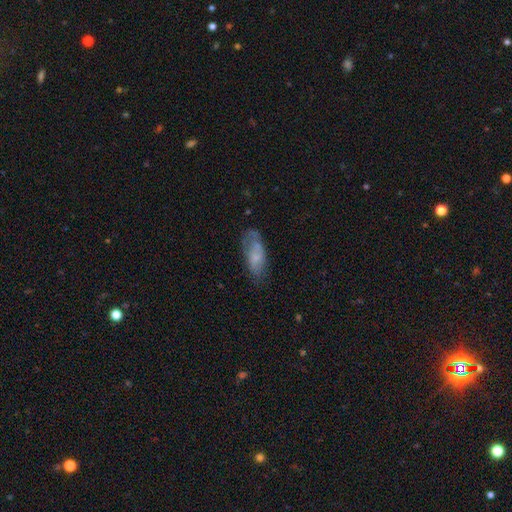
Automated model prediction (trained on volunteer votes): Smooth or featured: smooth — 59% (featured or disk — 33%)
How rounded: in between — 80% (cigar-shaped — 18%)
Merging: none — 55% (minor disturbance — 29%)